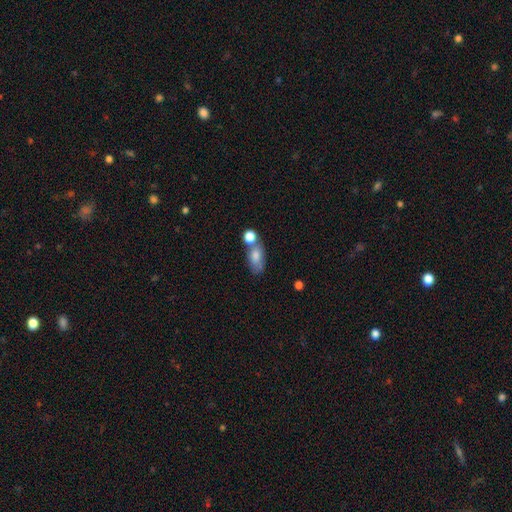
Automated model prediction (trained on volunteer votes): Smooth or featured?
  - smooth: 75% *
  - featured or disk: 16%
  - star or artifact: 9%
How rounded?
  - in between: 82% *
  - round: 11%
  - cigar-shaped: 6%
Merging?
  - none: 39% *
  - merger: 35%
  - minor disturbance: 17%
  - major disturbance: 9%